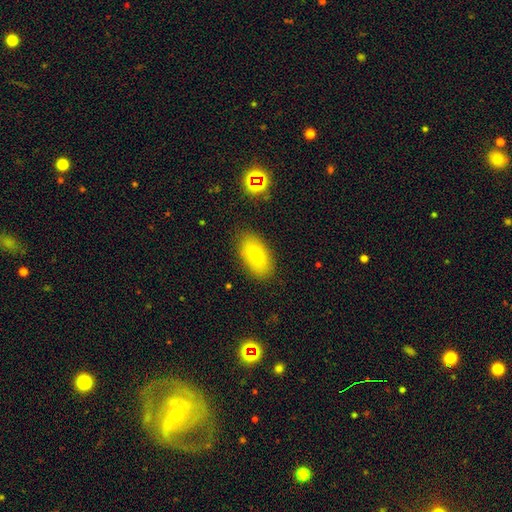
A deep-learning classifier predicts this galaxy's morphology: Smooth or featured?
  - smooth: 73% *
  - featured or disk: 18%
  - star or artifact: 10%
How rounded?
  - in between: 92% *
  - round: 5%
  - cigar-shaped: 3%
Merging?
  - none: 85% *
  - minor disturbance: 11%
  - major disturbance: 3%
  - merger: 2%